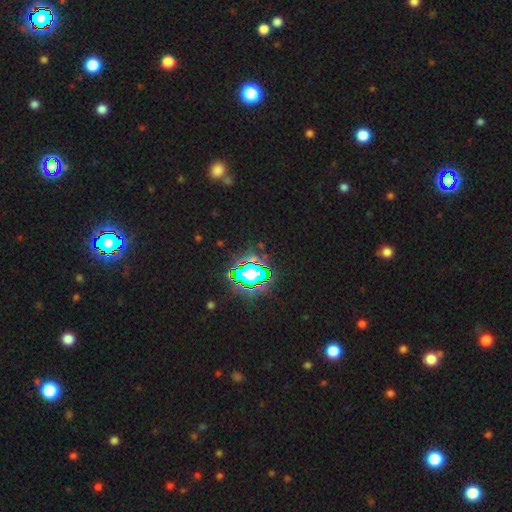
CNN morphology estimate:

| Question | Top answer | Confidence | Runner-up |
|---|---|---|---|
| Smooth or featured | star or artifact | 81% | smooth (12%) |